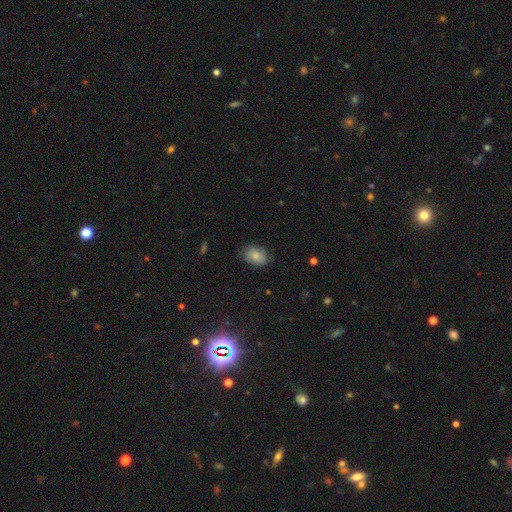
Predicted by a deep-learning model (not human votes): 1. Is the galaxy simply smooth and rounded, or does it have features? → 72% smooth, 19% featured or disk, 9% star or artifact.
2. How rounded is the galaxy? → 80% in between, 19% round, 1% cigar-shaped.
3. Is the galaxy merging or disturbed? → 73% none, 21% minor disturbance, 5% major disturbance, 1% merger.